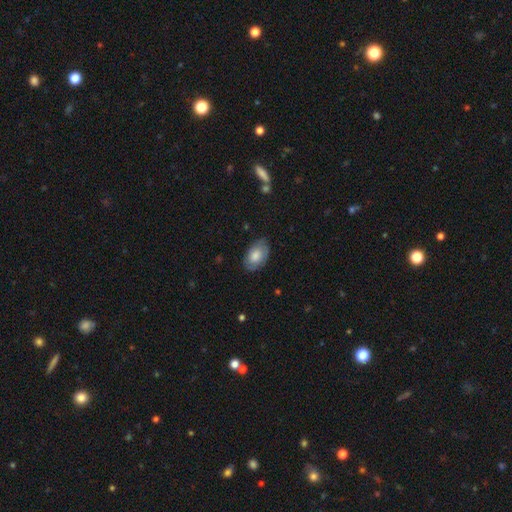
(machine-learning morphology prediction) Smooth or featured: smooth — 73% (featured or disk — 20%)
How rounded: in between — 90% (round — 8%)
Merging: none — 76% (minor disturbance — 19%)